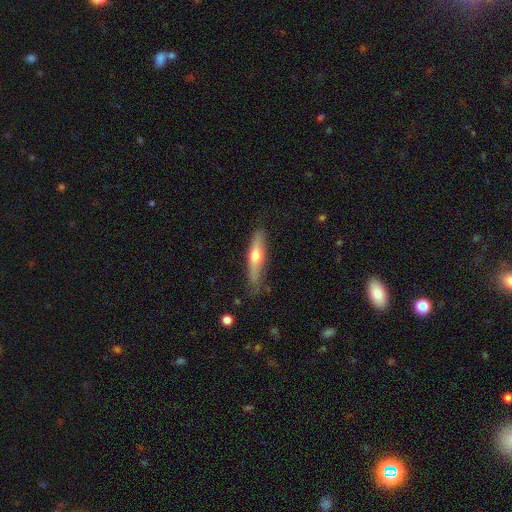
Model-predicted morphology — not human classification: Smooth or featured?
  - featured or disk: 48% *
  - smooth: 47%
  - star or artifact: 6%
Merging?
  - none: 77% *
  - minor disturbance: 18%
  - major disturbance: 4%
  - merger: 2%